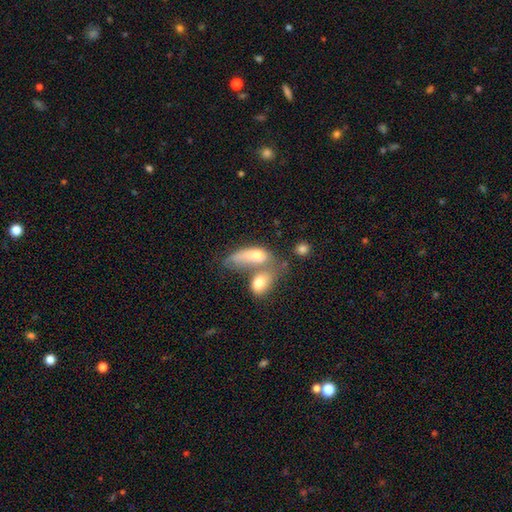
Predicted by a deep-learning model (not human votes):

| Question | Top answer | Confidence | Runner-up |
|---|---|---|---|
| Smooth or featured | smooth | 68% | featured or disk (23%) |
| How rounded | in between | 76% | cigar-shaped (14%) |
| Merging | merger | 61% | none (16%) |